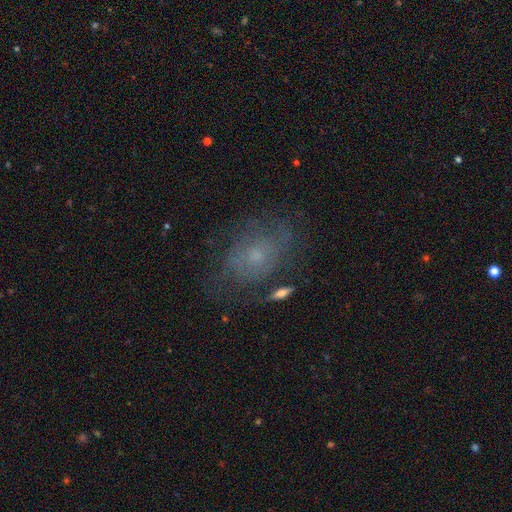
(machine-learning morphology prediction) smooth-or-featured: featured or disk: 50% | smooth: 35% | star or artifact: 16%
  merging: none: 62% | minor disturbance: 20% | major disturbance: 14% | merger: 4%